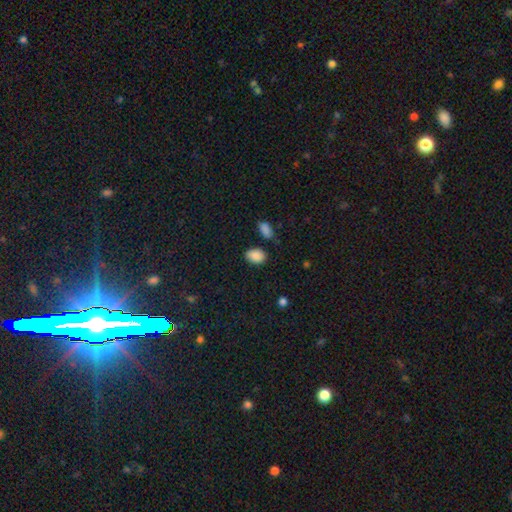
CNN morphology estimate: A smooth galaxy with no disk features (88%) that is in between round and cigar-shaped (81%).

Vote fractions:
- Smooth or featured? smooth: 88% / star or artifact: 8% / featured or disk: 4%
- How rounded? in between: 81% / round: 18% / cigar-shaped: 1%
- Merging? none: 77% / minor disturbance: 15% / merger: 5% / major disturbance: 4%